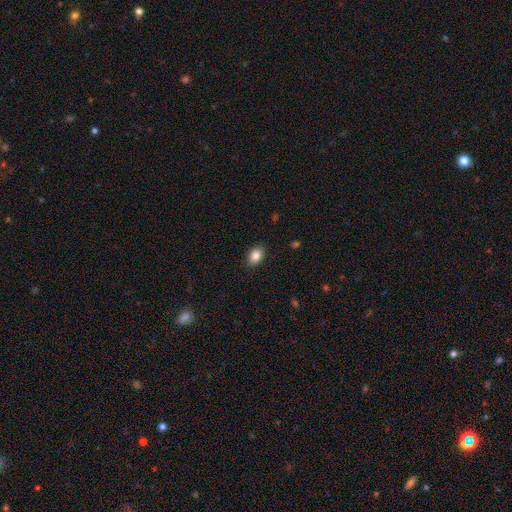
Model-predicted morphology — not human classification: smooth-or-featured: smooth: 86% | star or artifact: 8% | featured or disk: 6%
  how-rounded: in between: 78% | round: 21% | cigar-shaped: 1%
  merging: none: 89% | minor disturbance: 8% | major disturbance: 2% | merger: 1%